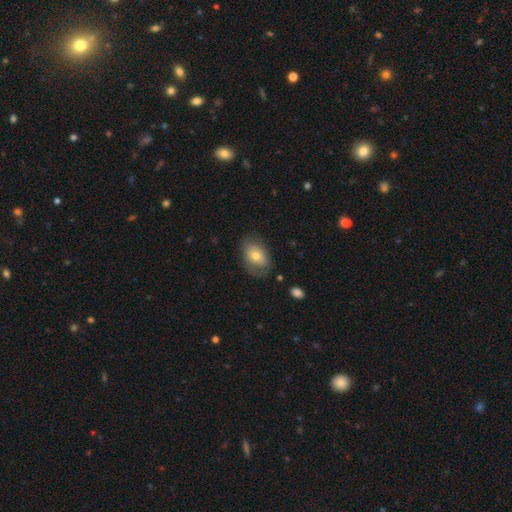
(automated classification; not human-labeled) Overall: smooth (60%; featured or disk 32%). How rounded: in between (81%). Merging: none (62%; minor disturbance 25%).